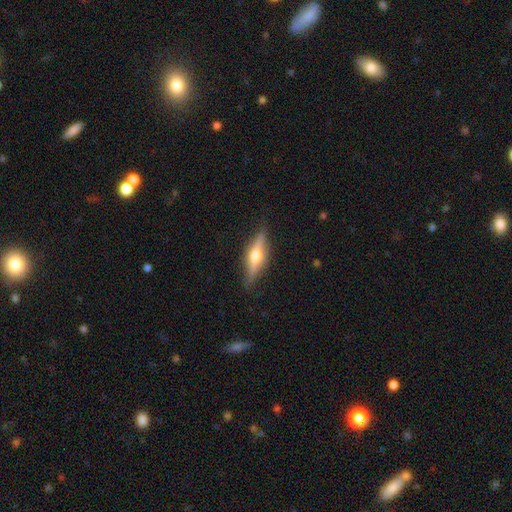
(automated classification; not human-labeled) A featured or disk galaxy (69%) viewed edge-on (96%) with a rounded central bulge (92%). Merging: none (86%).